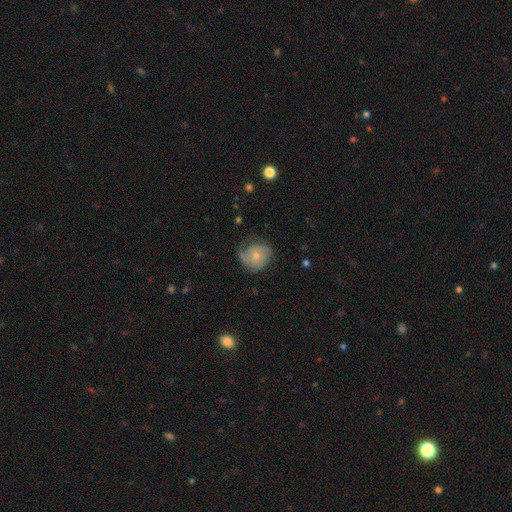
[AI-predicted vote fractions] Smooth or featured: featured or disk — 56% (smooth — 37%)
Edge-on disk: no — 97% (yes — 3%)
Bar: no — 74% (weak — 23%)
Spiral arms: yes — 86% (no — 14%)
Bulge size: small — 60% (moderate — 31%)
Merging: none — 59% (minor disturbance — 25%)